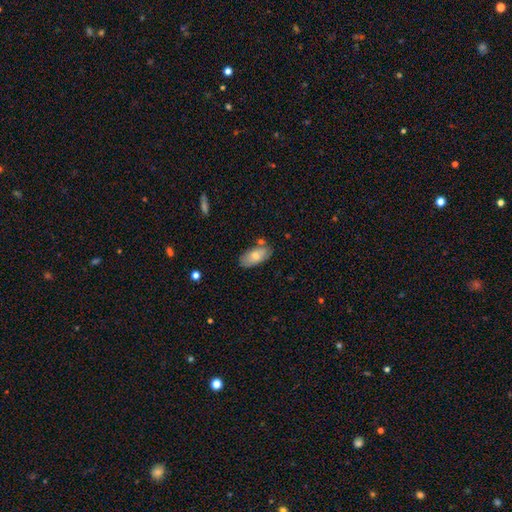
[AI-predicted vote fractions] This is likely a smooth galaxy (72%). How rounded: clearly in between (92%). Merging: likely none (71%).